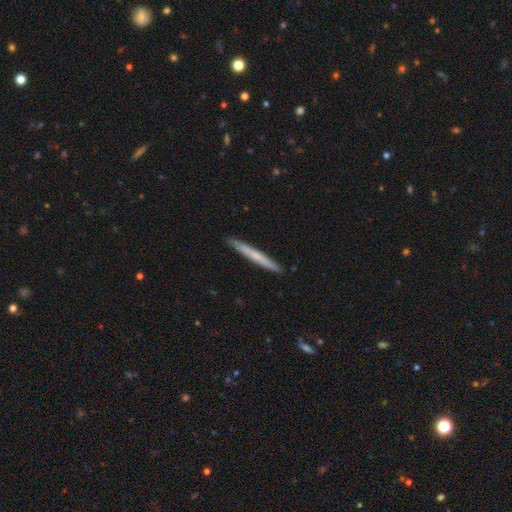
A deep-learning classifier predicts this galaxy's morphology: This appears to be a smooth galaxy with no disk features (60%) that is cigar-shaped (97%). Merging: none (92%).